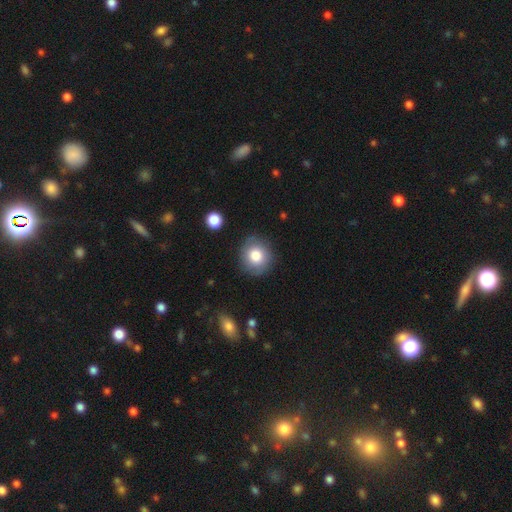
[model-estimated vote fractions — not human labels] smooth-or-featured: smooth: 80% | featured or disk: 11% | star or artifact: 9%
  how-rounded: round: 86% | in between: 13% | cigar-shaped: 1%
  merging: none: 85% | minor disturbance: 11% | major disturbance: 3% | merger: 2%